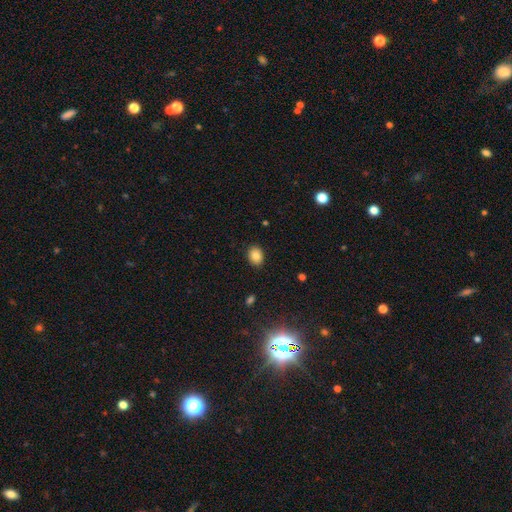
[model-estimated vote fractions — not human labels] The model was most divided on "how rounded": in between: 62%, round: 37%, cigar-shaped: 1%. More confident: merging — none (88%); smooth or featured — smooth (86%).